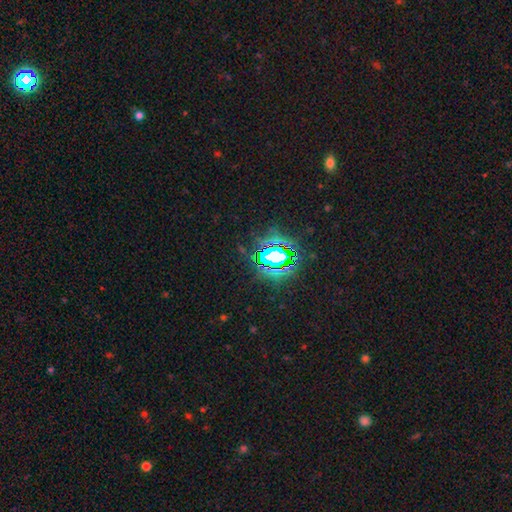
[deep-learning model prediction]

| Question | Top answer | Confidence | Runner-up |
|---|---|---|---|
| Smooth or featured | star or artifact | 83% | smooth (11%) |